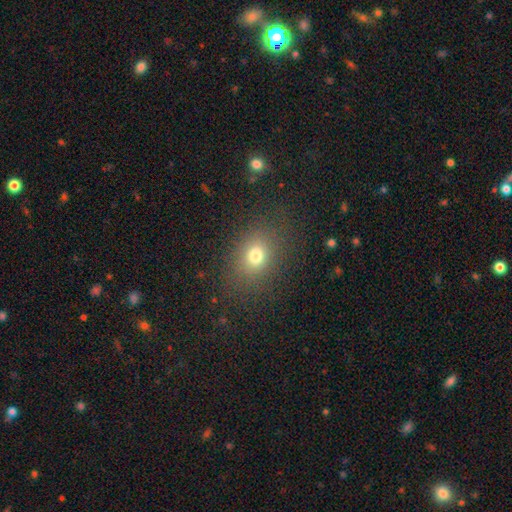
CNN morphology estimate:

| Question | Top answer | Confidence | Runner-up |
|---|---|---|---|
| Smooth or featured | smooth | 75% | star or artifact (15%) |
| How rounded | in between | 53% | round (45%) |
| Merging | none | 82% | minor disturbance (11%) |